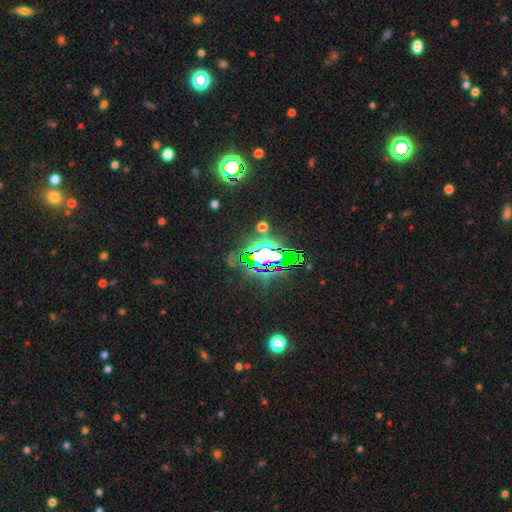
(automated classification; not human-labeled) Smooth or featured? star or artifact (80%)